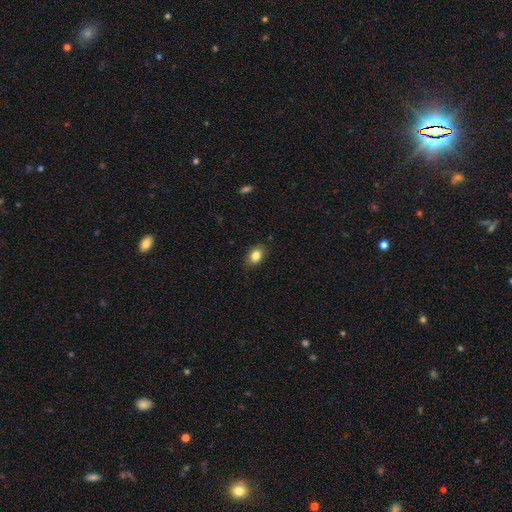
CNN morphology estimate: Overall: smooth (84%). How rounded: in between (76%). Merging: none (84%).